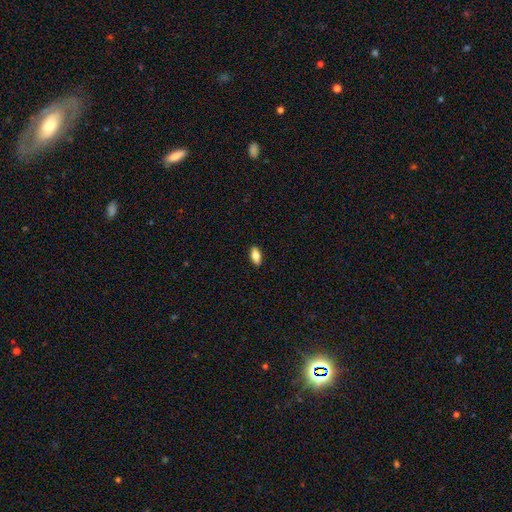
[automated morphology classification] The model was most divided on "smooth or featured": smooth: 81%, featured or disk: 11%, star or artifact: 7%. More confident: merging — none (90%); how rounded — in between (88%).